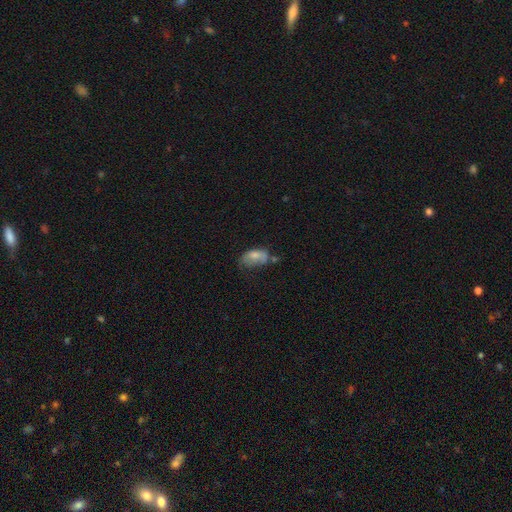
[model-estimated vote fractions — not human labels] A smooth galaxy with no disk features (69%) that is in between round and cigar-shaped (91%). Merging: minor disturbance (34%).